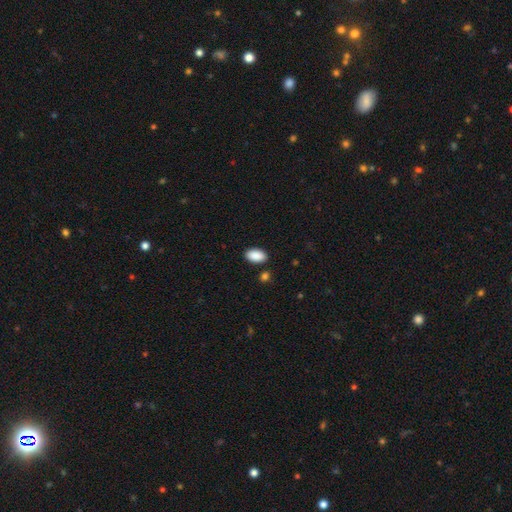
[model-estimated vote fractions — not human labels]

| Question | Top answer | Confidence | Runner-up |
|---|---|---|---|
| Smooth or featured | smooth | 90% | star or artifact (7%) |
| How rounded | in between | 94% | round (5%) |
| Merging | none | 87% | minor disturbance (9%) |